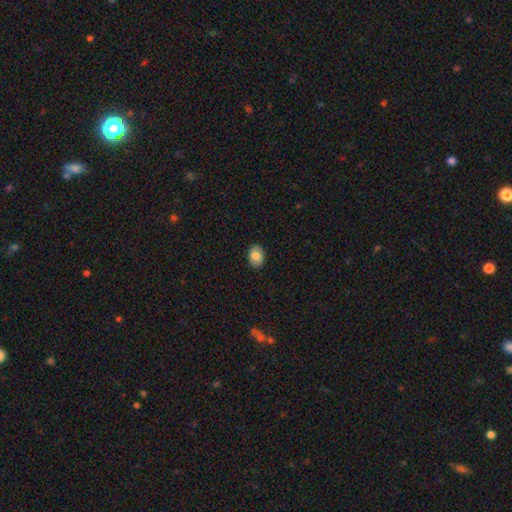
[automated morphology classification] Smooth or featured: smooth — 82% (featured or disk — 10%)
How rounded: in between — 68% (round — 31%)
Merging: none — 89% (minor disturbance — 8%)